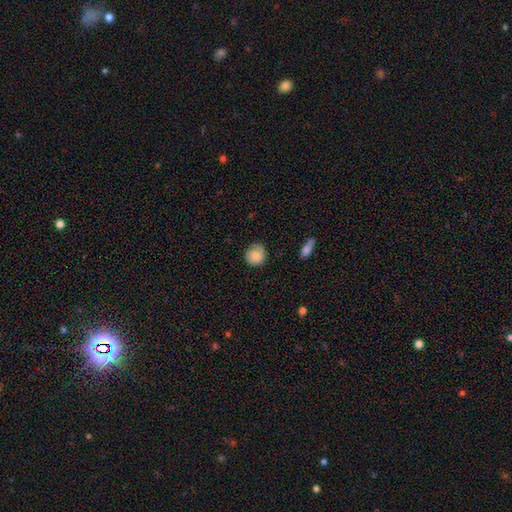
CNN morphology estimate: smooth-or-featured: smooth: 81% | featured or disk: 12% | star or artifact: 7%
  how-rounded: round: 86% | in between: 13% | cigar-shaped: 1%
  merging: none: 81% | minor disturbance: 15% | major disturbance: 3% | merger: 1%